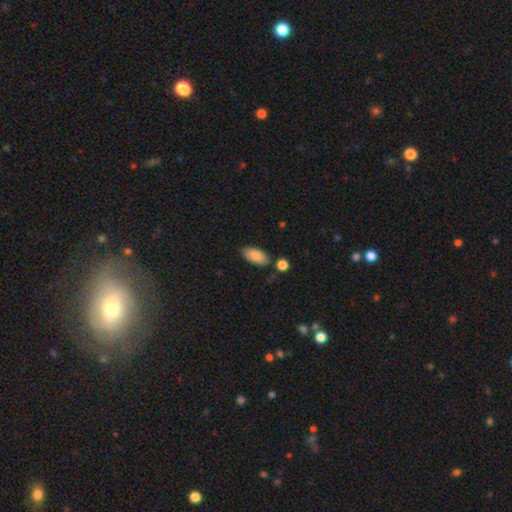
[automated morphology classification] smooth 86%, featured or disk 8%, star or artifact 7%. Down the decision tree: how rounded — in between (92%); merging — none (78%).